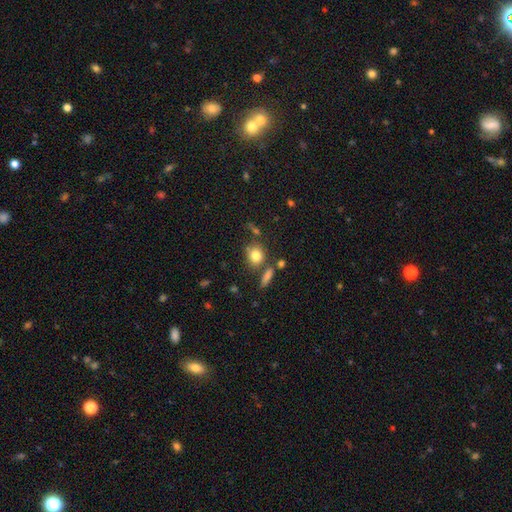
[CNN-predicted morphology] Smooth or featured?
  - smooth: 80% *
  - star or artifact: 11%
  - featured or disk: 9%
How rounded?
  - round: 70% *
  - in between: 28%
  - cigar-shaped: 2%
Merging?
  - none: 68% *
  - merger: 14%
  - minor disturbance: 13%
  - major disturbance: 5%